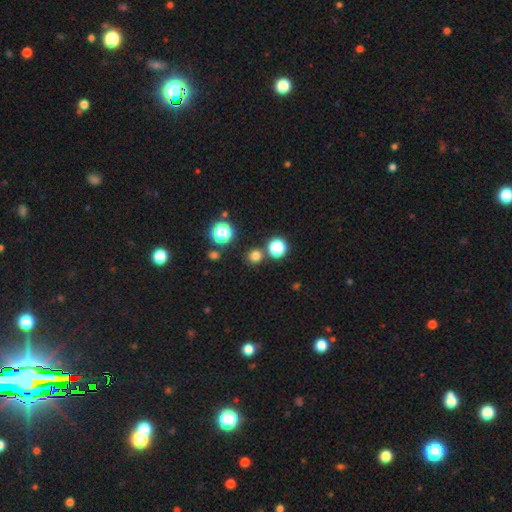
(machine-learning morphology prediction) Smooth or featured? smooth (74%)
How rounded? round (93%)
Merging? none (83%)